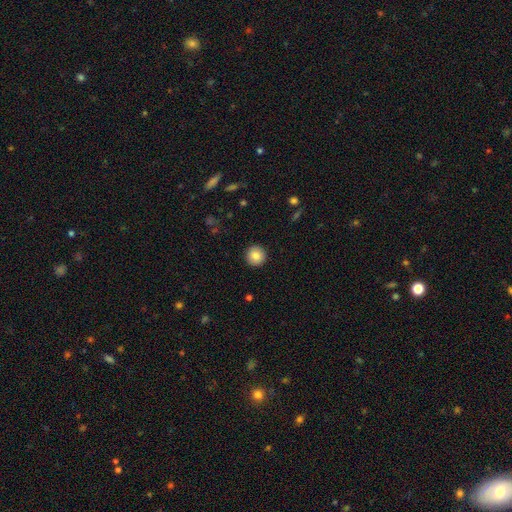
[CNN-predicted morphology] Q: Smooth or featured?
A: smooth (85%); runner-up: star or artifact (8%)
Q: How rounded?
A: round (95%); runner-up: in between (4%)
Q: Merging?
A: none (92%); runner-up: minor disturbance (5%)